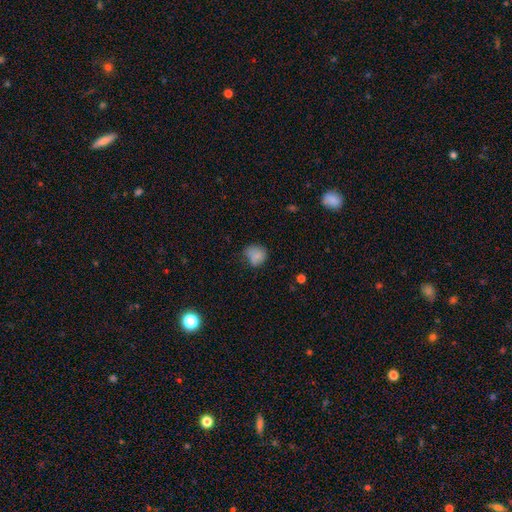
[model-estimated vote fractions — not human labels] smooth-or-featured: smooth: 78% | star or artifact: 12% | featured or disk: 10%
  how-rounded: round: 66% | in between: 33% | cigar-shaped: 1%
  merging: none: 49% | minor disturbance: 33% | major disturbance: 13% | merger: 5%